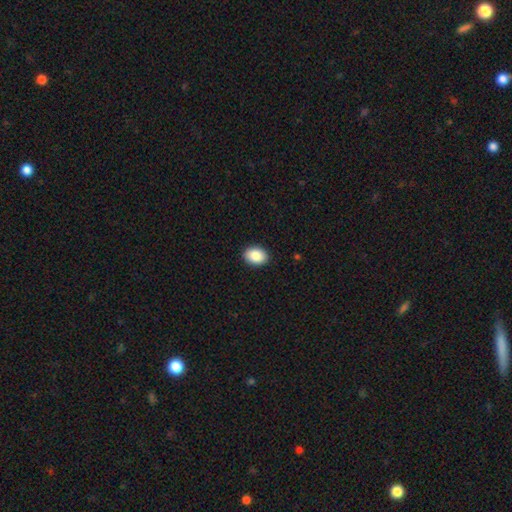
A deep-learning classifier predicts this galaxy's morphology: type=smooth (88%); roundness=in between (78%); merging=none (91%).